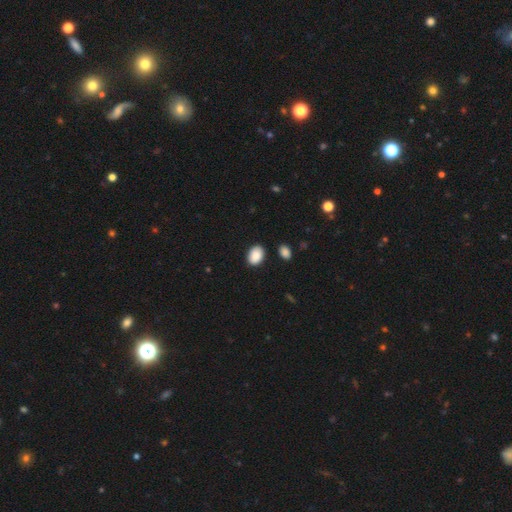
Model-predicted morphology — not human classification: smooth-or-featured: smooth: 89% | star or artifact: 7% | featured or disk: 4%
  how-rounded: in between: 83% | round: 16% | cigar-shaped: 1%
  merging: none: 85% | minor disturbance: 10% | merger: 3% | major disturbance: 2%